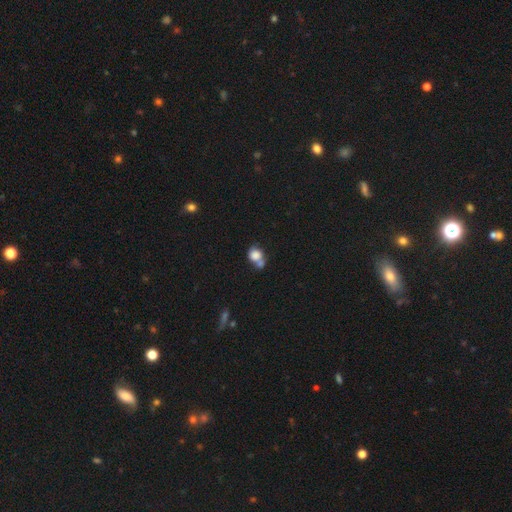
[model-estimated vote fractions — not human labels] Smooth or featured?
  - smooth: 80% *
  - featured or disk: 10%
  - star or artifact: 10%
How rounded?
  - round: 67% *
  - in between: 31%
  - cigar-shaped: 1%
Merging?
  - merger: 50% *
  - none: 33%
  - minor disturbance: 11%
  - major disturbance: 6%